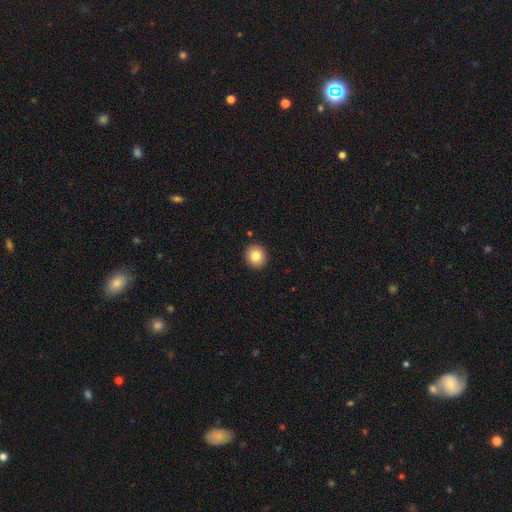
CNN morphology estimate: Smooth or featured? smooth (82%)
How rounded? round (89%)
Merging? none (92%)